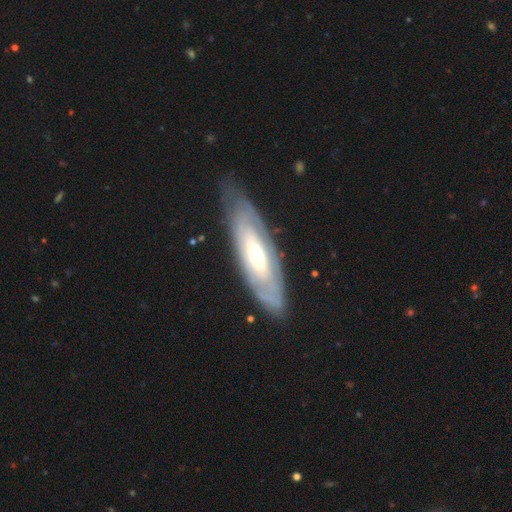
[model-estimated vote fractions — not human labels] Smooth or featured: featured or disk — 71% (smooth — 23%)
Edge-on disk: no — 76% (yes — 24%)
Bar: no — 62% (weak — 26%)
Spiral arms: yes — 56% (no — 44%)
Bulge size: moderate — 59% (small — 29%)
Merging: none — 75% (minor disturbance — 18%)